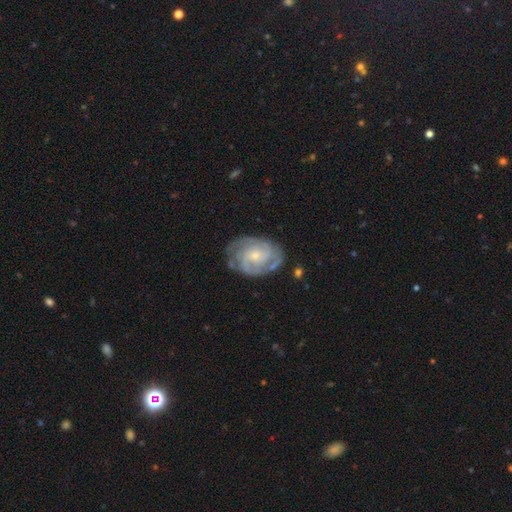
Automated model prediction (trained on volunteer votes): This is clearly a featured or disk galaxy (82%). It is clearly not viewed edge-on (97%). Bar: likely no (66%). Spiral arm pattern: clearly yes (93%). Spiral arm count: marginally can't tell (30%, tied with 2). Spiral winding: possibly tight (56%). Central bulge: likely small (66%). Merging: likely none (70%).